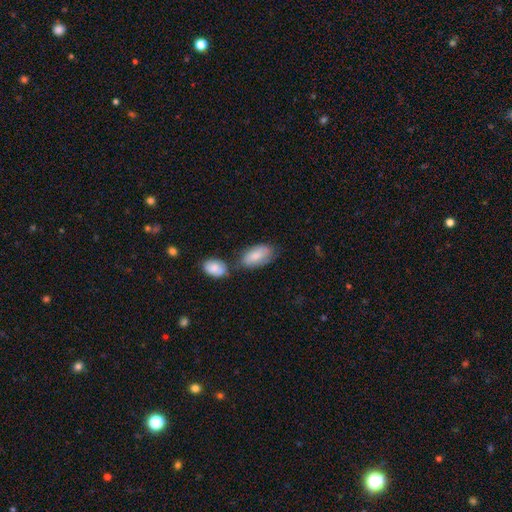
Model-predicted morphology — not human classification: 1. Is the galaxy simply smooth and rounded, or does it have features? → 78% smooth, 16% featured or disk, 6% star or artifact.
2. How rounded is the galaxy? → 93% in between, 4% cigar-shaped, 3% round.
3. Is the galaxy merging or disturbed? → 52% none, 22% merger, 20% minor disturbance, 6% major disturbance.